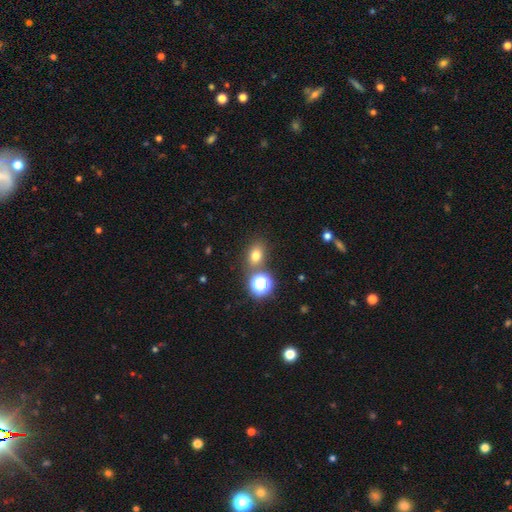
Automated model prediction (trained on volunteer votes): Smooth or featured: smooth — 71% (star or artifact — 20%)
How rounded: in between — 57% (round — 42%)
Merging: none — 74% (merger — 12%)